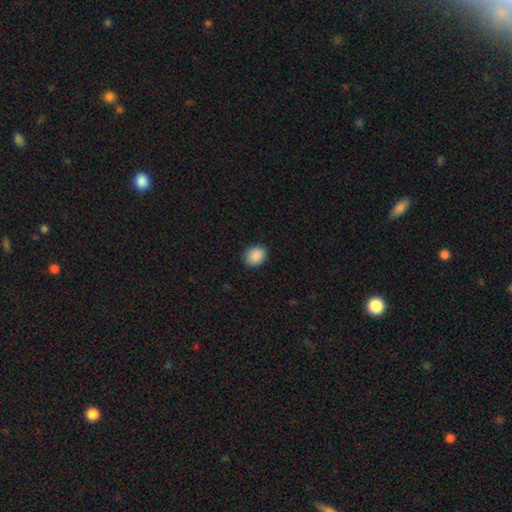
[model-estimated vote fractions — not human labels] The model was most divided on "how rounded": round: 56%, in between: 43%, cigar-shaped: 1%. More confident: smooth or featured — smooth (89%); merging — none (89%).